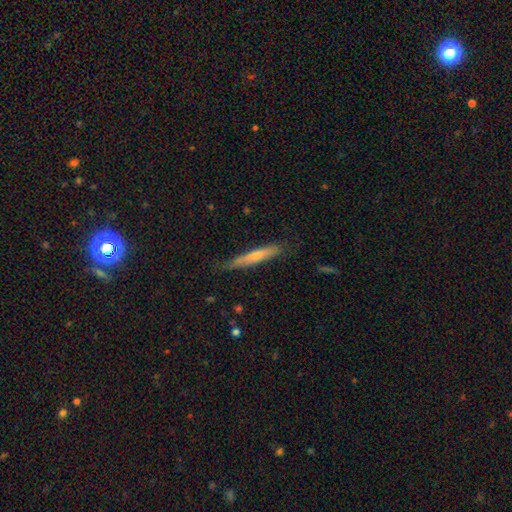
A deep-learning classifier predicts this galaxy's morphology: A smooth galaxy with no disk features (62%) that is cigar-shaped (94%).

Vote fractions:
- Smooth or featured? smooth: 62% / featured or disk: 32% / star or artifact: 6%
- How rounded? cigar-shaped: 94% / in between: 4% / round: 1%
- Merging? none: 78% / minor disturbance: 18% / major disturbance: 3% / merger: 2%